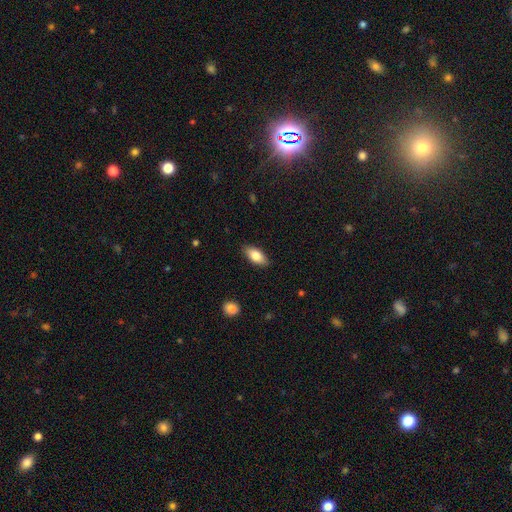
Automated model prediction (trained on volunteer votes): Smooth or featured? smooth (81%)
How rounded? in between (87%)
Merging? none (87%)